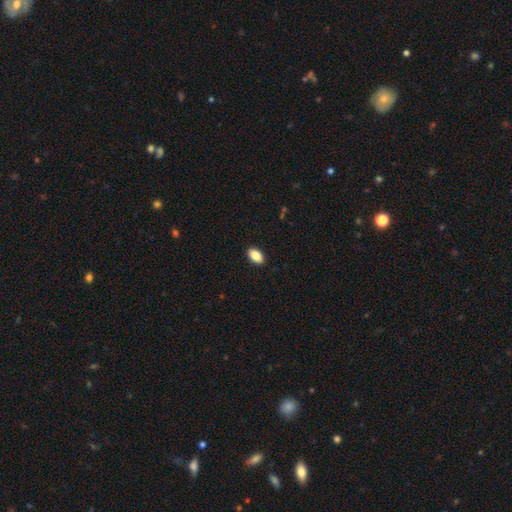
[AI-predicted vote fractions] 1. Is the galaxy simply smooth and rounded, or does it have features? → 85% smooth, 8% star or artifact, 8% featured or disk.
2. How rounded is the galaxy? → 91% in between, 6% round, 2% cigar-shaped.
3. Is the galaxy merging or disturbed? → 90% none, 7% minor disturbance, 2% major disturbance, 1% merger.